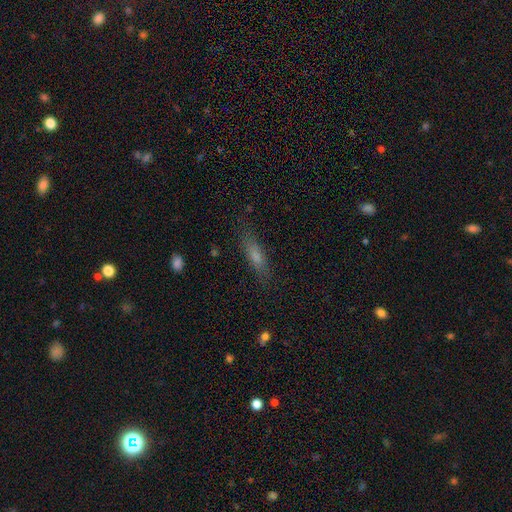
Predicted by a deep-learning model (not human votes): This is likely a smooth galaxy (66%). How rounded: likely cigar-shaped (64%). Merging: likely none (80%).